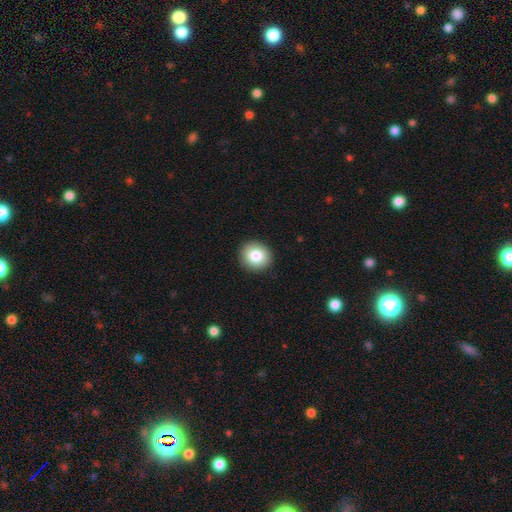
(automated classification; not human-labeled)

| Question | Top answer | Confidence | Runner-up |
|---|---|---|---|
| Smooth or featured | smooth | 83% | star or artifact (9%) |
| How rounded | round | 86% | in between (13%) |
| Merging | none | 92% | minor disturbance (6%) |